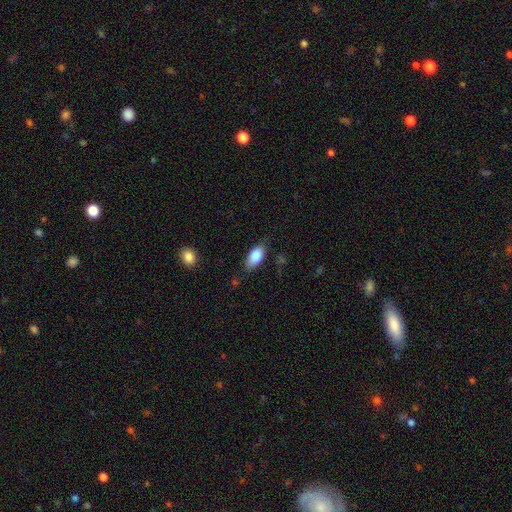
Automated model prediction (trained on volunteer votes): Overall: smooth (83%). How rounded: in between (90%). Merging: none (77%).